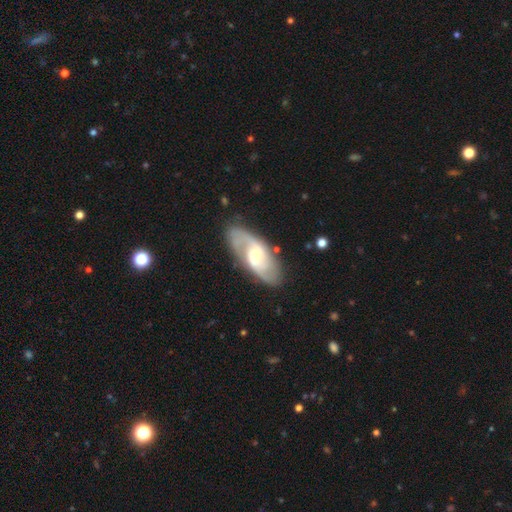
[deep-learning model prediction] Q: Smooth or featured?
A: featured or disk (75%); runner-up: smooth (20%)
Q: Edge-on disk?
A: no (92%); runner-up: yes (8%)
Q: Bar?
A: weak (48%); runner-up: no (37%)
Q: Spiral arms?
A: yes (89%); runner-up: no (11%)
Q: Spiral winding?
A: medium (45%); runner-up: loose (34%)
Q: Spiral arm count?
A: 2 (81%); runner-up: can't tell (11%)
Q: Bulge size?
A: moderate (53%); runner-up: small (37%)
Q: Merging?
A: none (80%); runner-up: minor disturbance (13%)